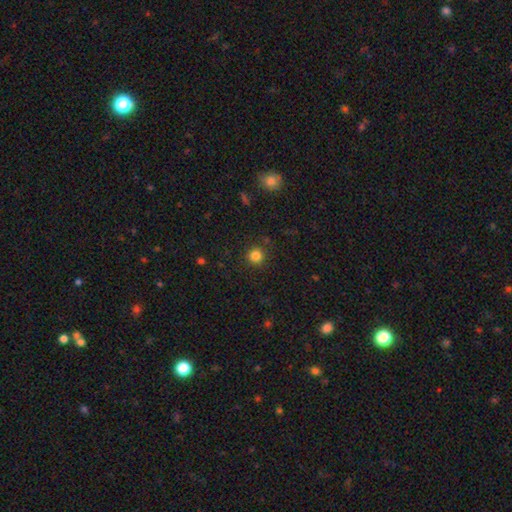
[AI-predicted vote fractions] smooth_or_featured: smooth (p=0.83) [alt: star or artifact p=0.13]
how_rounded: round (p=0.94) [alt: in between p=0.05]
merging: none (p=0.89) [alt: minor disturbance p=0.07]